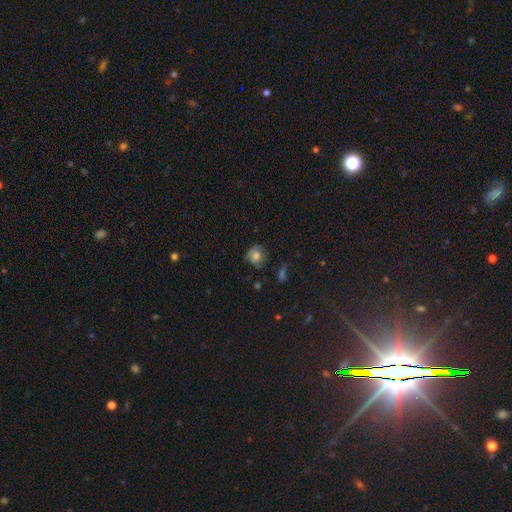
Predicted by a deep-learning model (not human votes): This is likely a smooth galaxy (68%). How rounded: likely round (79%). Merging: likely none (67%).